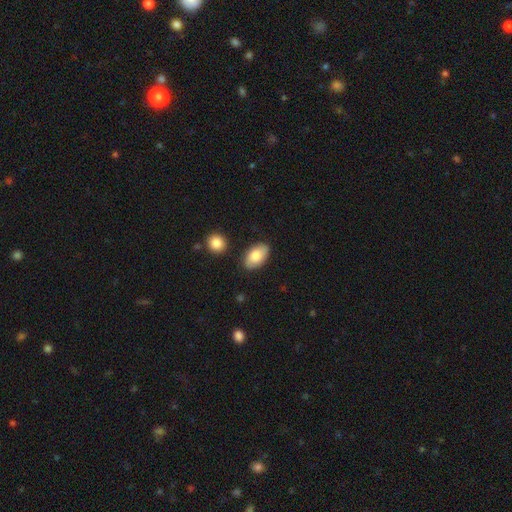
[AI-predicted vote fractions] Smooth or featured?
  - smooth: 81% *
  - featured or disk: 13%
  - star or artifact: 6%
How rounded?
  - in between: 93% *
  - round: 5%
  - cigar-shaped: 2%
Merging?
  - none: 81% *
  - minor disturbance: 13%
  - merger: 3%
  - major disturbance: 3%